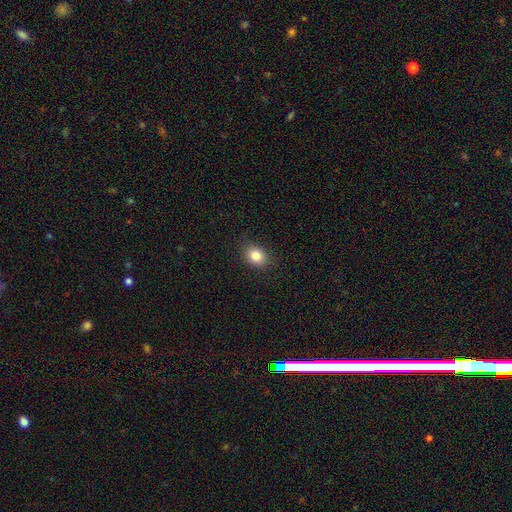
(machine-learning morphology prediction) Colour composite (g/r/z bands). It shows a smooth galaxy with no disk features (84%) that is in between round and cigar-shaped (56%). Merging: none (86%).